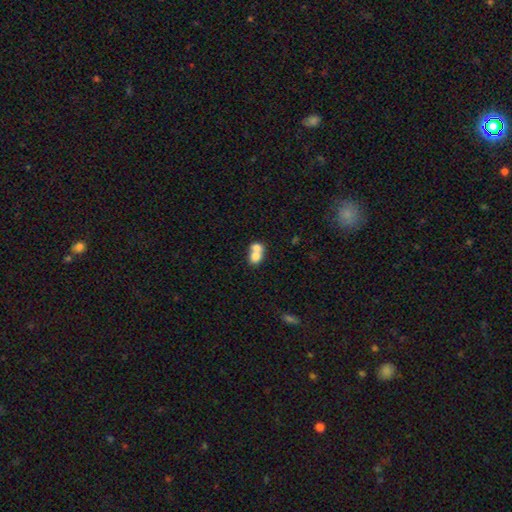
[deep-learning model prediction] Morphology: type=smooth (71%); roundness=in between (50%); merging=merger (75%).